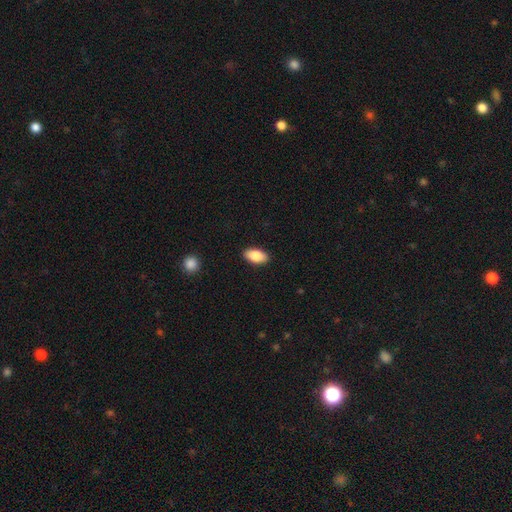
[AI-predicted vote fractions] A smooth galaxy with no disk features (85%) that is in between round and cigar-shaped (93%). Merging: none (90%).